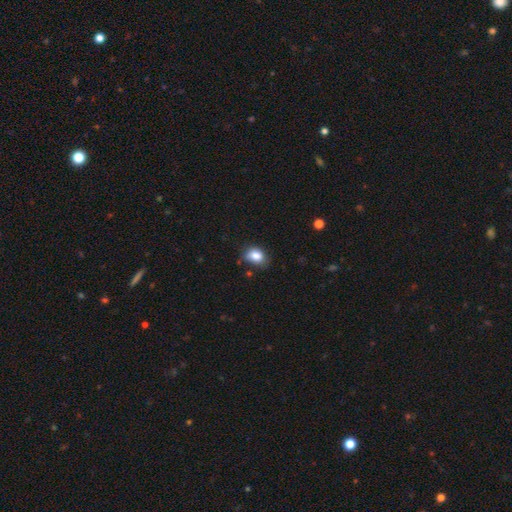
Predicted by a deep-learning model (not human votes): The model was most divided on "how rounded": in between: 67%, round: 32%, cigar-shaped: 1%. More confident: smooth or featured — smooth (84%); merging — none (63%).